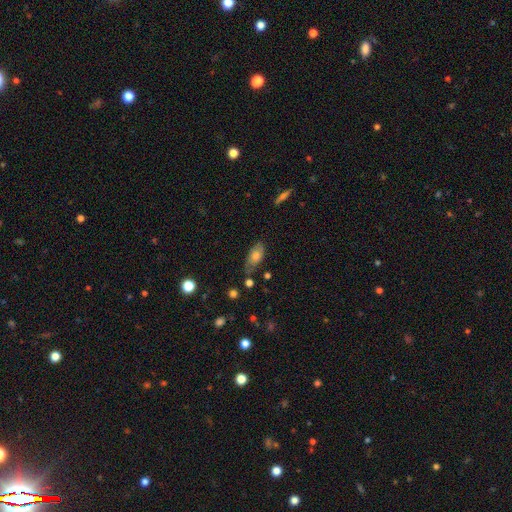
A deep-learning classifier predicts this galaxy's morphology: Q: Smooth or featured?
A: smooth (66%); runner-up: featured or disk (25%)
Q: How rounded?
A: in between (85%); runner-up: cigar-shaped (11%)
Q: Merging?
A: none (64%); runner-up: minor disturbance (25%)